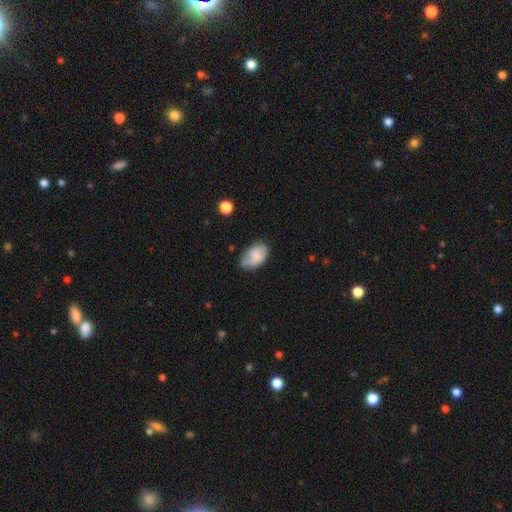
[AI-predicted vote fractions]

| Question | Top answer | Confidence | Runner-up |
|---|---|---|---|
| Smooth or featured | smooth | 63% | featured or disk (29%) |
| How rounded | in between | 90% | round (9%) |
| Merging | none | 61% | minor disturbance (29%) |